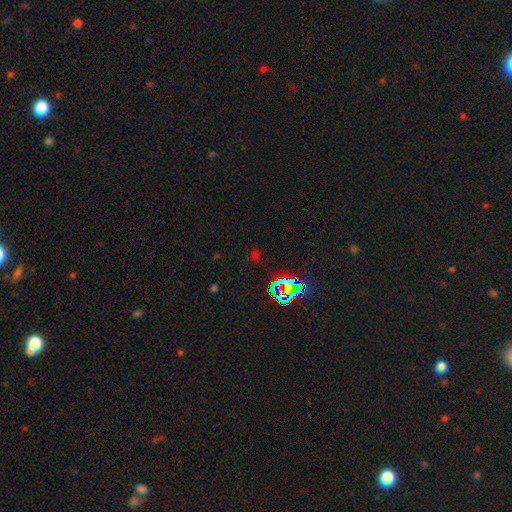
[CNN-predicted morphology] Smooth or featured? star or artifact (66%)